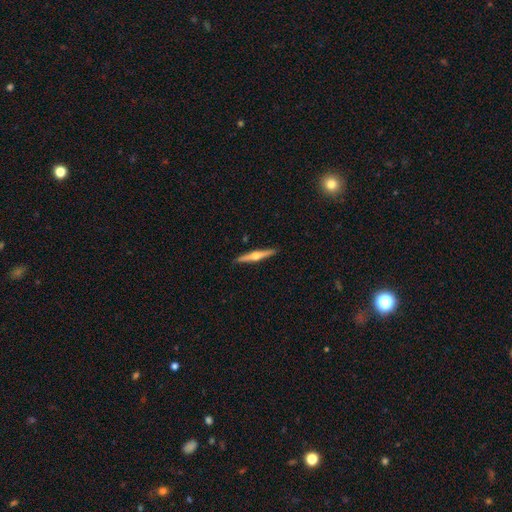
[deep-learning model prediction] Morphology: type=featured or disk (68%); edge-on=yes (98%); edge-on bulge=rounded (93%); merging=none (92%).